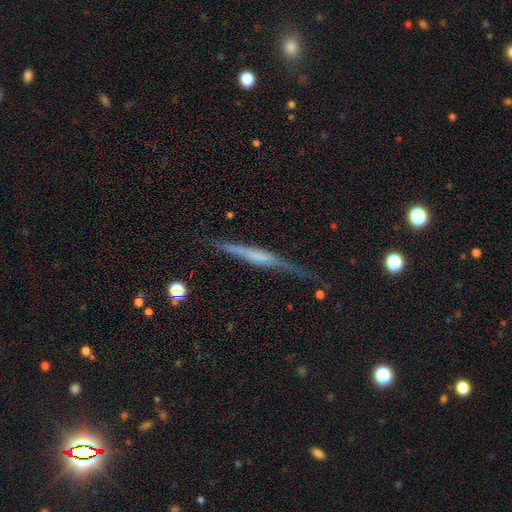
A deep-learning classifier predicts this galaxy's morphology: Smooth or featured?
  - featured or disk: 67% *
  - smooth: 25%
  - star or artifact: 8%
Edge-on disk?
  - yes: 95% *
  - no: 5%
Edge-on bulge?
  - none: 41% *
  - boxy: 33%
  - rounded: 26%
Merging?
  - none: 70% *
  - minor disturbance: 20%
  - major disturbance: 7%
  - merger: 3%